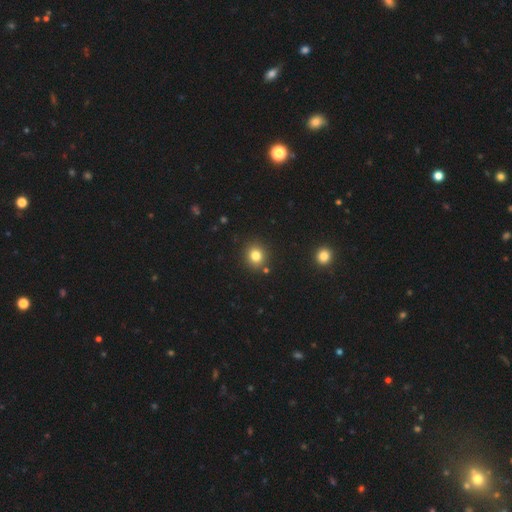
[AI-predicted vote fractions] smooth 80%, star or artifact 13%, featured or disk 7%. Down the decision tree: how rounded — round (83%); merging — none (87%).